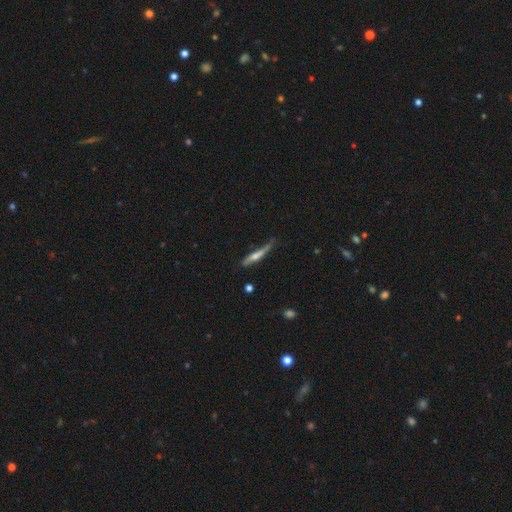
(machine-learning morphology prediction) Q: Smooth or featured?
A: featured or disk (47%); tied with: smooth (47%)
Q: Merging?
A: none (53%); runner-up: minor disturbance (33%)